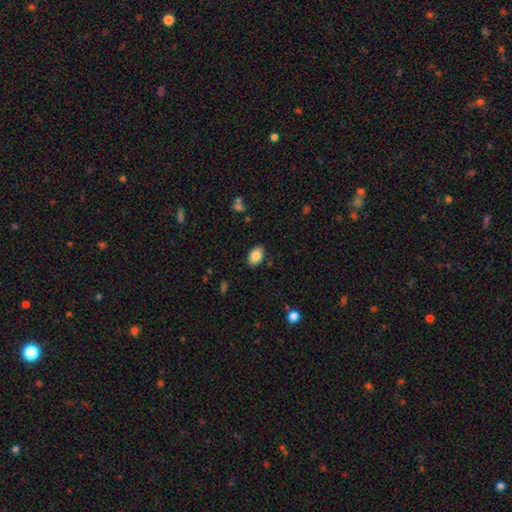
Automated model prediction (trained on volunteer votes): smooth 86%, star or artifact 7%, featured or disk 6%. Down the decision tree: how rounded — in between (86%); merging — none (86%).